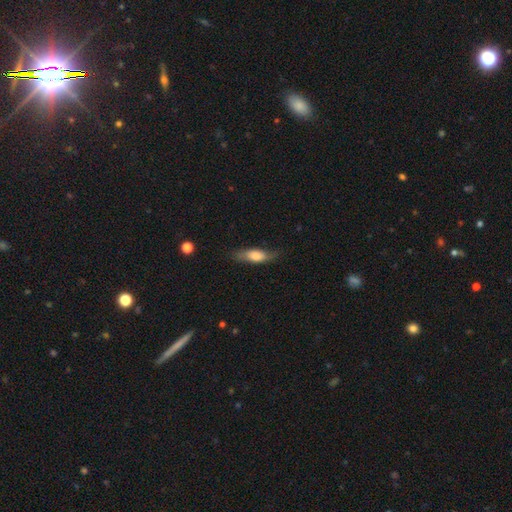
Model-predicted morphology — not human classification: Smooth or featured? smooth (64%)
How rounded? in between (55%)
Merging? none (70%)